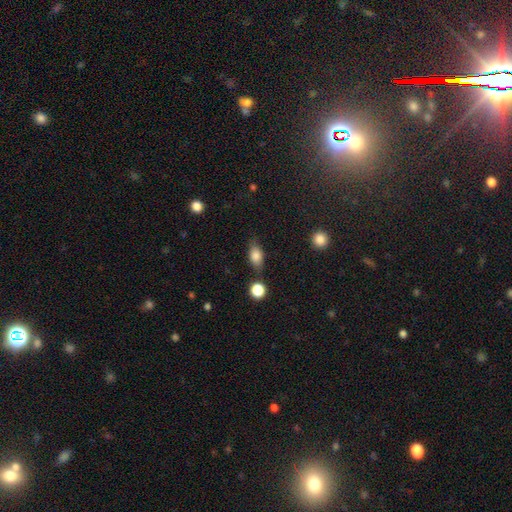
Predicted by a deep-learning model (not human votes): A smooth galaxy with no disk features (81%) that is in between round and cigar-shaped (81%).

Vote fractions:
- Smooth or featured? smooth: 81% / featured or disk: 11% / star or artifact: 9%
- How rounded? in between: 81% / round: 13% / cigar-shaped: 6%
- Merging? none: 75% / minor disturbance: 16% / major disturbance: 5% / merger: 4%